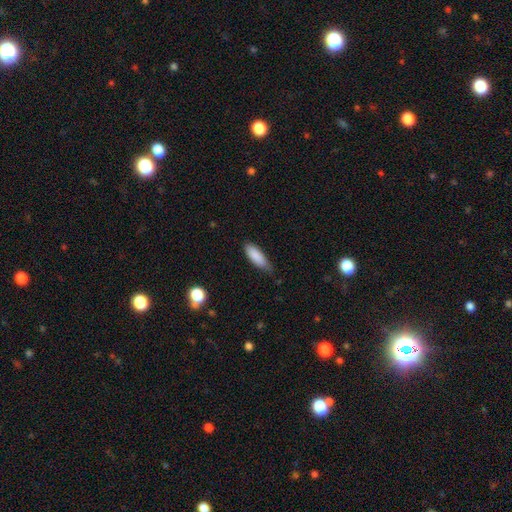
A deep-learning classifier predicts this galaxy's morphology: The model was most divided on "how rounded": in between: 62%, cigar-shaped: 36%, round: 2%. More confident: smooth or featured — smooth (87%); merging — none (62%).